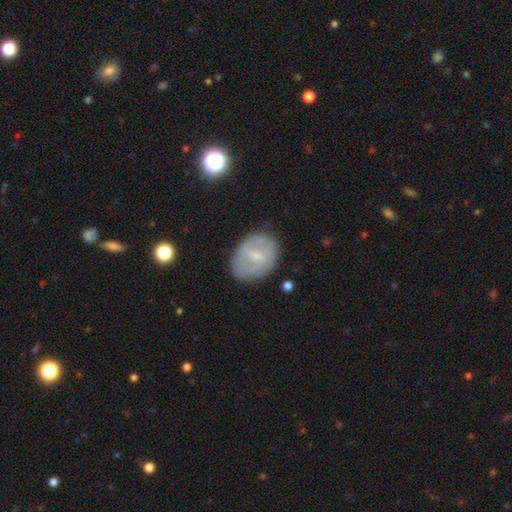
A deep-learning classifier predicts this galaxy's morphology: Smooth or featured: smooth — 48% (featured or disk — 44%)
Merging: none — 79% (minor disturbance — 15%)